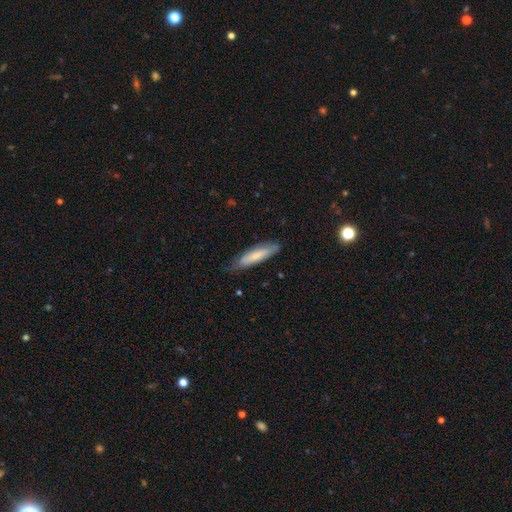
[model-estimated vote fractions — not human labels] Smooth or featured? Predicted: smooth (p=0.69). How rounded? Predicted: cigar-shaped (p=0.74). Merging? Predicted: none (p=0.73).